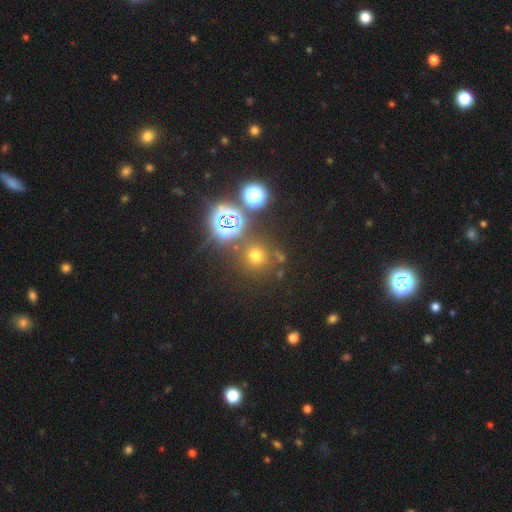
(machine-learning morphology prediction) A smooth galaxy with no disk features (57%) that is round (93%). Merging: none (80%).